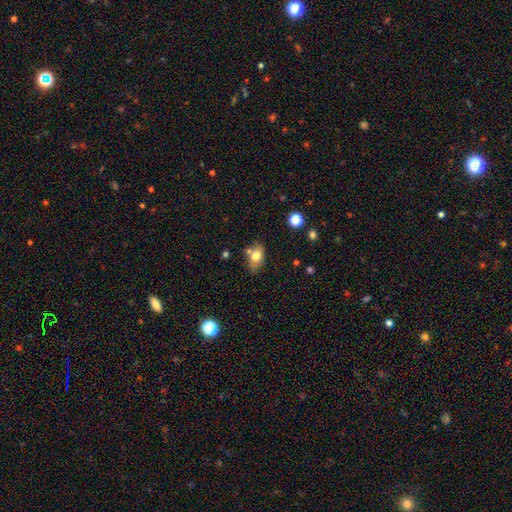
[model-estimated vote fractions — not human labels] smooth 75%, featured or disk 15%, star or artifact 9%. Down the decision tree: how rounded — in between (84%); merging — none (64%).